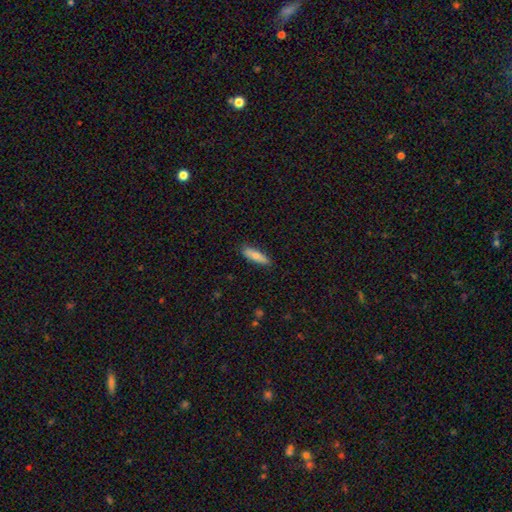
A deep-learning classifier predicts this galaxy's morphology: smooth_or_featured: smooth (p=0.73) [alt: featured or disk p=0.21]
how_rounded: cigar-shaped (p=0.62) [alt: in between p=0.36]
merging: none (p=0.86) [alt: minor disturbance p=0.10]